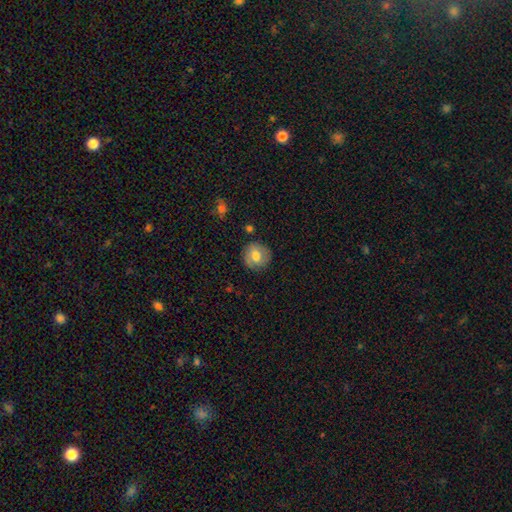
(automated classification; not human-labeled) Smooth or featured? Predicted: smooth (p=0.66). How rounded? Predicted: round (p=0.89). Merging? Predicted: none (p=0.83).